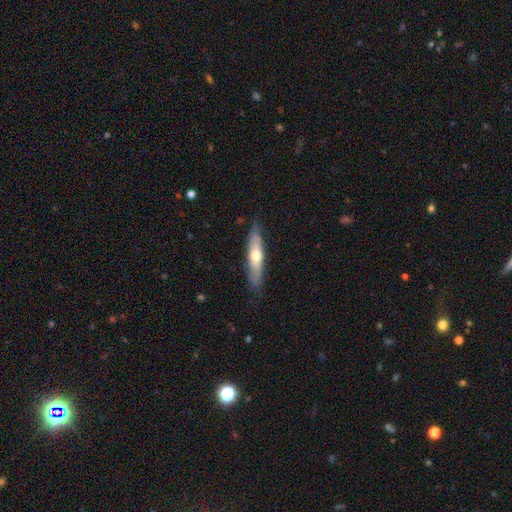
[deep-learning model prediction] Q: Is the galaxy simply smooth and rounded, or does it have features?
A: smooth — 50%.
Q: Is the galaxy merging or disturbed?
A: none — 82%.